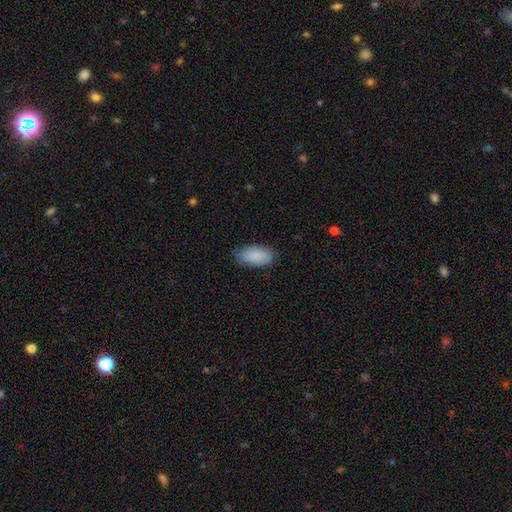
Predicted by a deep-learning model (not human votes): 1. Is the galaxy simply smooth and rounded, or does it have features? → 90% smooth, 6% star or artifact, 5% featured or disk.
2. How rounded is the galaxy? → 92% in between, 5% cigar-shaped, 2% round.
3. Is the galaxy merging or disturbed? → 83% none, 13% minor disturbance, 3% major disturbance, 1% merger.